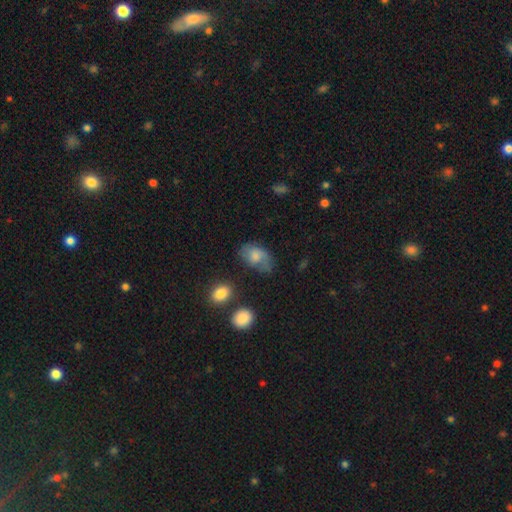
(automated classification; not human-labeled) This appears to be a smooth galaxy with no disk features (70%) that is in between round and cigar-shaped (87%). Merging: none (47%).